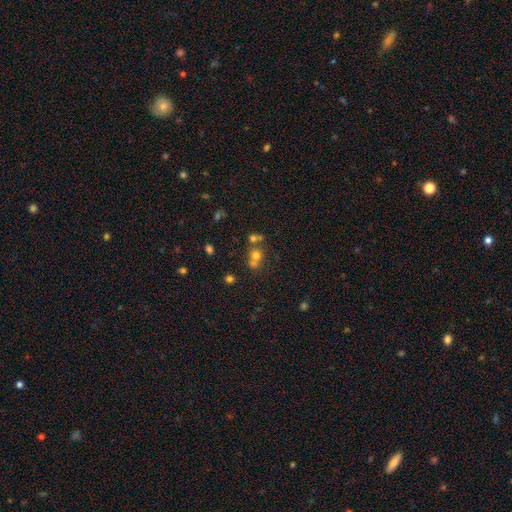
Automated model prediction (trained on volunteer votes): Q: Smooth or featured?
A: smooth (63%); runner-up: star or artifact (20%)
Q: How rounded?
A: round (80%); runner-up: in between (19%)
Q: Merging?
A: merger (48%); runner-up: none (41%)